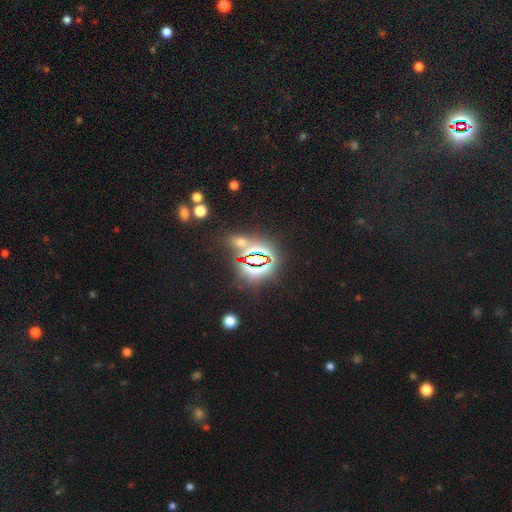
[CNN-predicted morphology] Overall: star or artifact (79%).